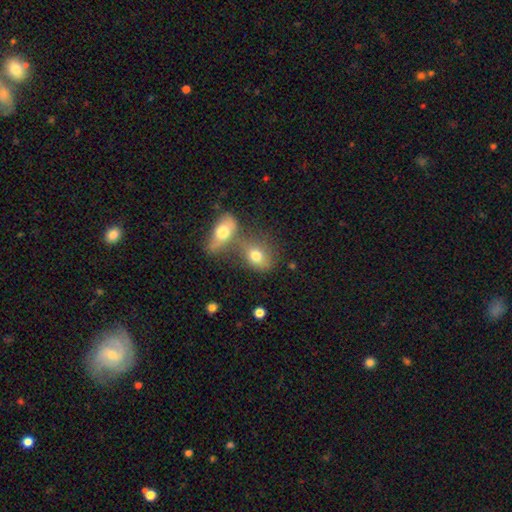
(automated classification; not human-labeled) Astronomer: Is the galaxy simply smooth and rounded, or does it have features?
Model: smooth — 73%.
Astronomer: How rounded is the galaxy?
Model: in between — 66%.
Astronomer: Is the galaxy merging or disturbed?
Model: merger — 50% (runner-up: none, 33%).